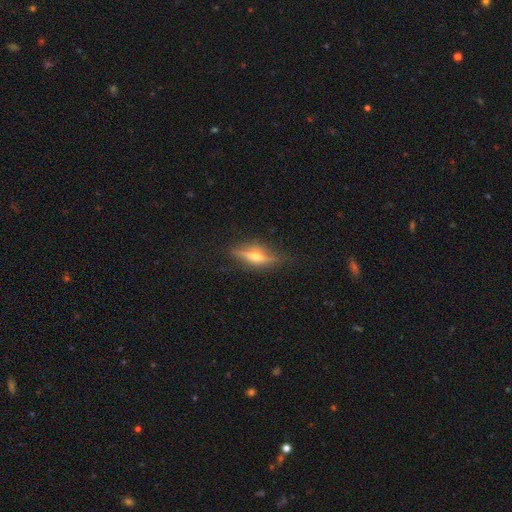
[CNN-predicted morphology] Overall: featured or disk (66%). Edge-on disk: yes (92%). Edge-on bulge: rounded (93%). Merging: none (83%).